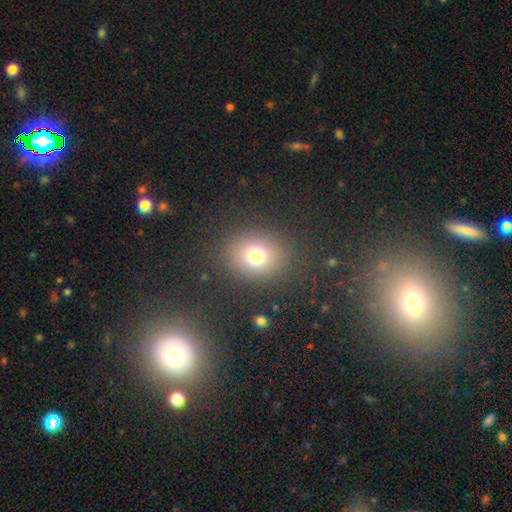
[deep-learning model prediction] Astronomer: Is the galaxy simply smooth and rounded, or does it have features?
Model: smooth — 74%.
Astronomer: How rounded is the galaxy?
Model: round — 63%.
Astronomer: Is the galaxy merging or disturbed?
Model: none — 84%.